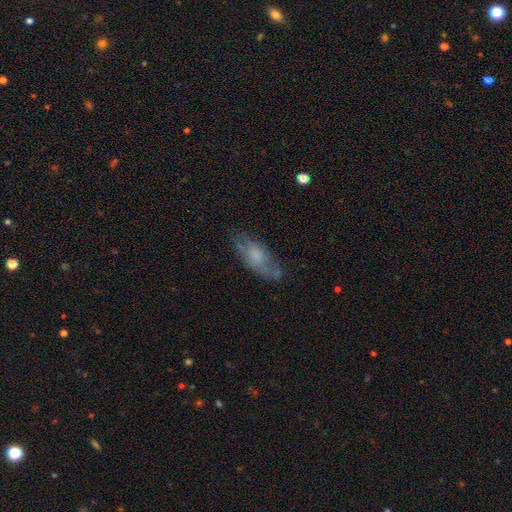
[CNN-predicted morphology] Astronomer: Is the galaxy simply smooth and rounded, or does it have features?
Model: smooth — 54% (runner-up: featured or disk, 38%).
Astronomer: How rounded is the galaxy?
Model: in between — 79%.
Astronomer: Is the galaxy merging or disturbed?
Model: none — 61%.